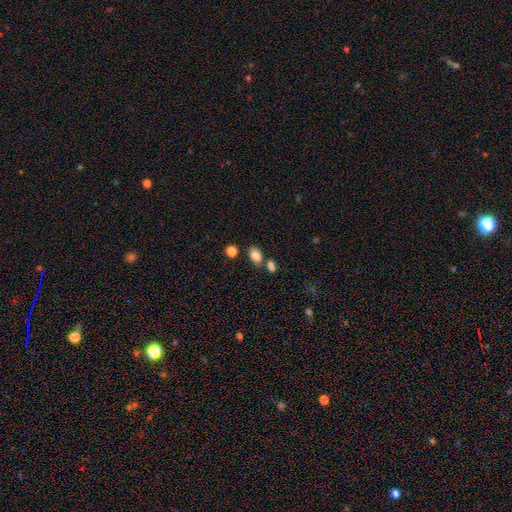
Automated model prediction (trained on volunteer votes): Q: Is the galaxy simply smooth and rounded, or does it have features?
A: smooth — 82%.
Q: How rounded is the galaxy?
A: in between — 80%.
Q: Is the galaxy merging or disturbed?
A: none — 68%.